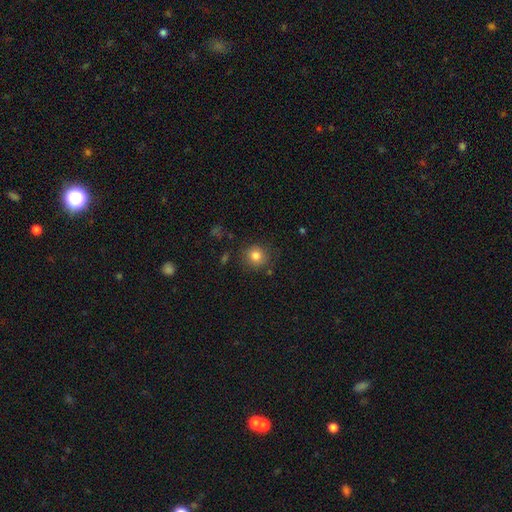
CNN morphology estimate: Q: Smooth or featured?
A: smooth (82%); runner-up: star or artifact (11%)
Q: How rounded?
A: round (90%); runner-up: in between (9%)
Q: Merging?
A: none (84%); runner-up: minor disturbance (11%)